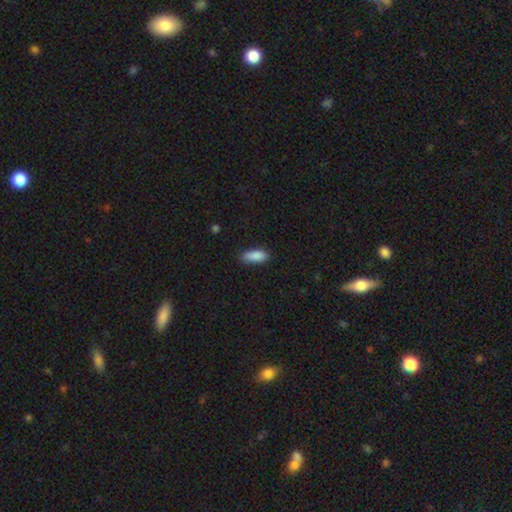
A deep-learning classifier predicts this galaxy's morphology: This appears to be a smooth galaxy with no disk features (89%) that is in between round and cigar-shaped (76%). Merging: none (80%).